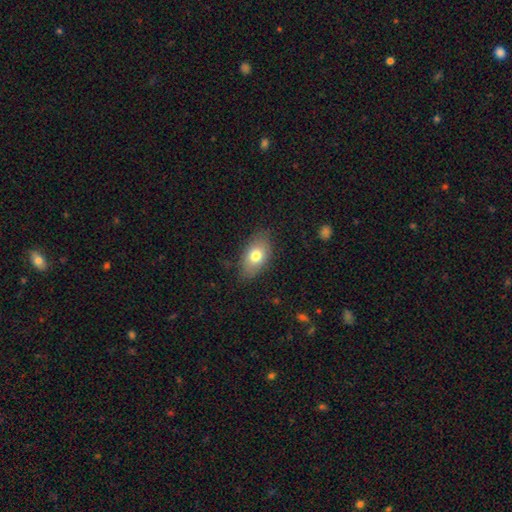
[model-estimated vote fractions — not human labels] The model was most divided on "smooth or featured": smooth: 74%, featured or disk: 18%, star or artifact: 8%. More confident: how rounded — in between (88%); merging — none (79%).